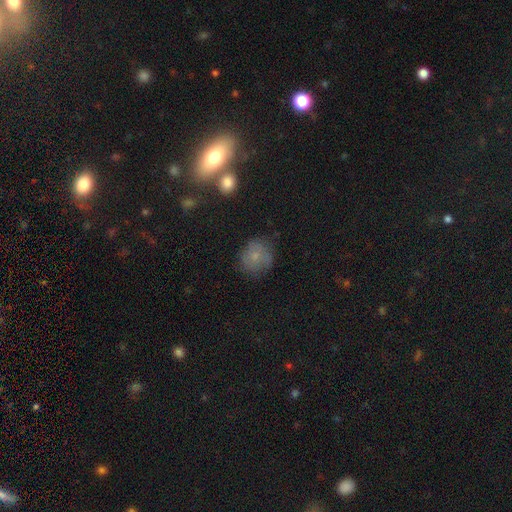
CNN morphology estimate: Overall: smooth (68%). How rounded: round (81%). Merging: none (67%).